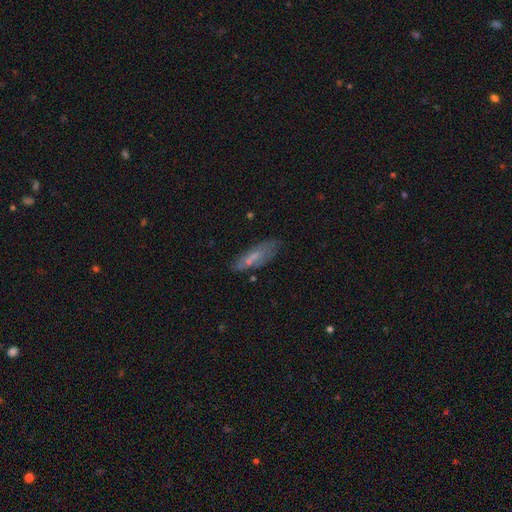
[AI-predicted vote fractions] Smooth or featured? smooth (54%)
How rounded? cigar-shaped (51%)
Merging? none (67%)